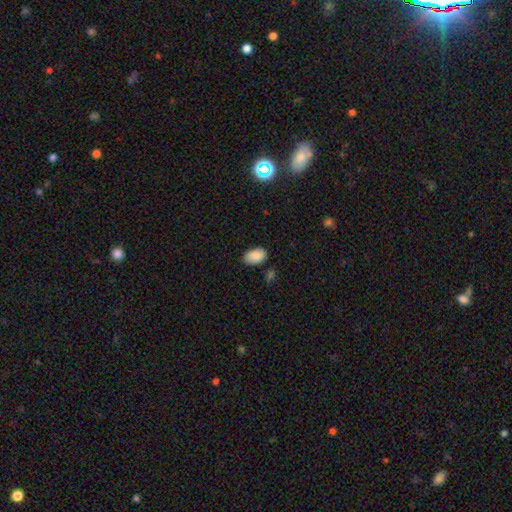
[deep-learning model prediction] Smooth or featured? smooth (88%)
How rounded? in between (93%)
Merging? none (79%)